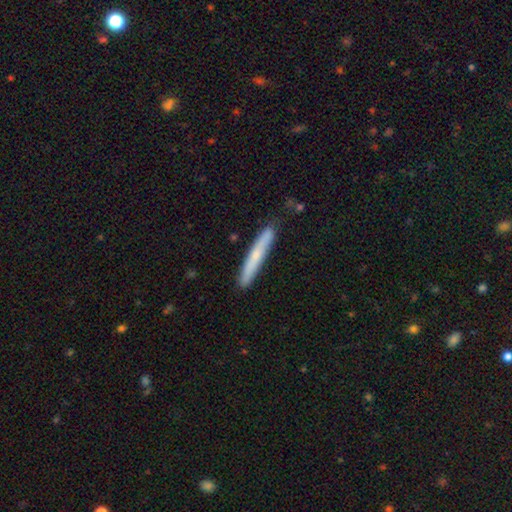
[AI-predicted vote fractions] The model was most divided on "smooth or featured": smooth: 57%, featured or disk: 37%, star or artifact: 6%. More confident: how rounded — cigar-shaped (96%); merging — none (86%).